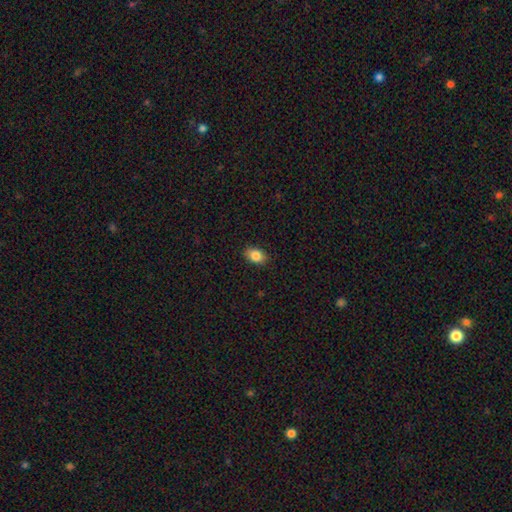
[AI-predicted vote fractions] smooth 86%, star or artifact 8%, featured or disk 6%. Down the decision tree: how rounded — in between (83%); merging — none (89%).